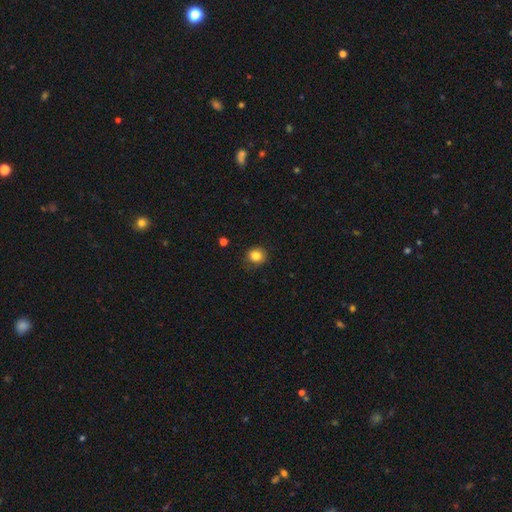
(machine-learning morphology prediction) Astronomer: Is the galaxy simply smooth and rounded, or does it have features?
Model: smooth — 83%.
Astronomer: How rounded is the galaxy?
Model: round — 83%.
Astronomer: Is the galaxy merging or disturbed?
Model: none — 81%.